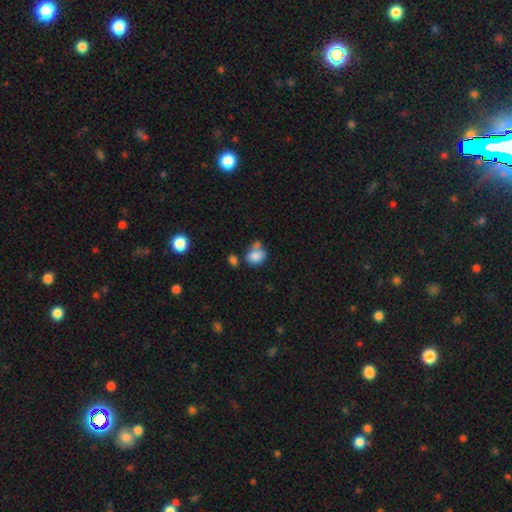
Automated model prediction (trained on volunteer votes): Smooth or featured?
  - smooth: 82% *
  - star or artifact: 10%
  - featured or disk: 8%
How rounded?
  - round: 52% *
  - in between: 47%
  - cigar-shaped: 1%
Merging?
  - none: 44% *
  - merger: 32%
  - minor disturbance: 18%
  - major disturbance: 7%